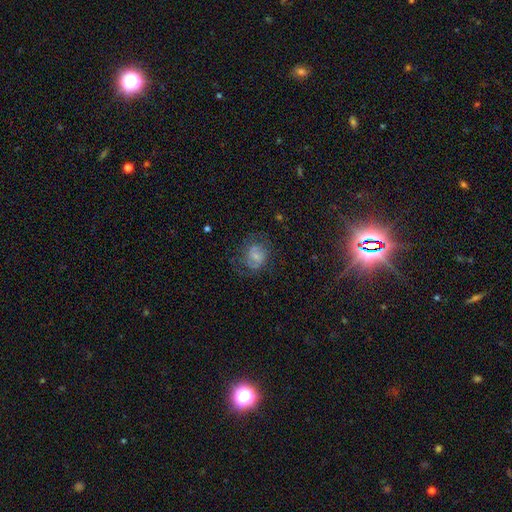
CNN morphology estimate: Overall: featured or disk (48%; smooth 41%). Merging: none (57%; minor disturbance 22%).